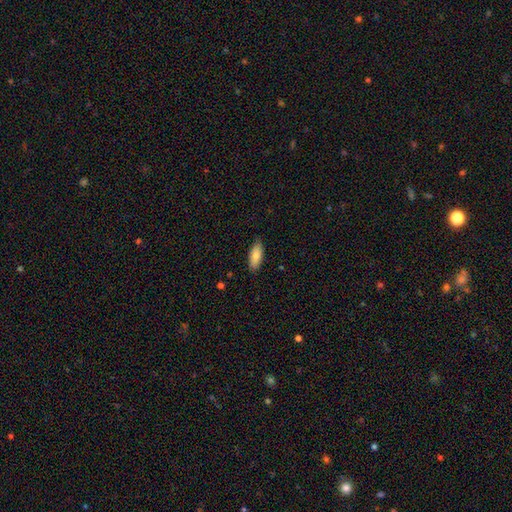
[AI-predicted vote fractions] smooth 84%, featured or disk 10%, star or artifact 6%. Down the decision tree: how rounded — in between (78%); merging — none (83%).